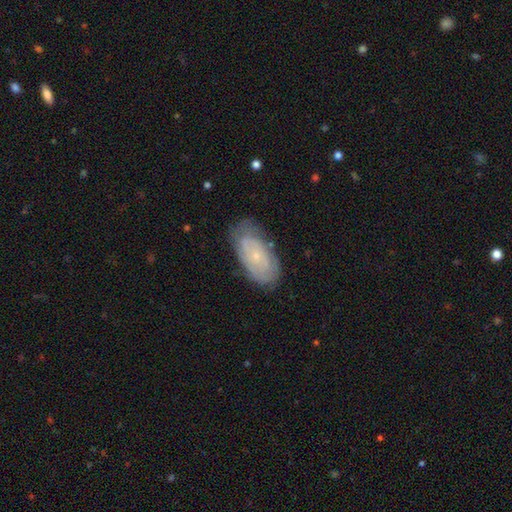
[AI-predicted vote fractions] Morphology: type=featured or disk (61%); edge-on=no (93%); bar=no (81%); spiral arms=yes (74%); bulge=small (81%); merging=none (68%).